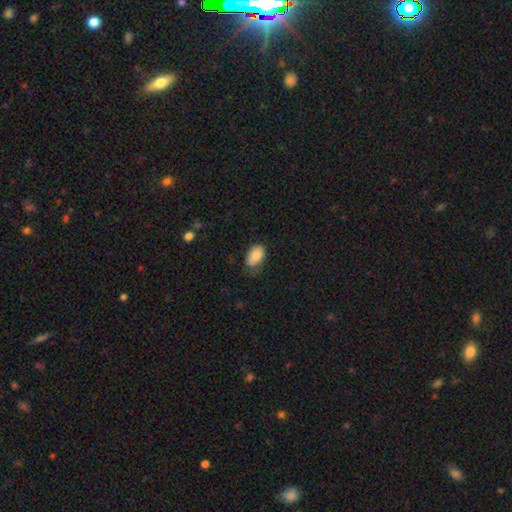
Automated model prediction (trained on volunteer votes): A smooth galaxy with no disk features (83%) that is in between round and cigar-shaped (92%). Merging: none (58%).